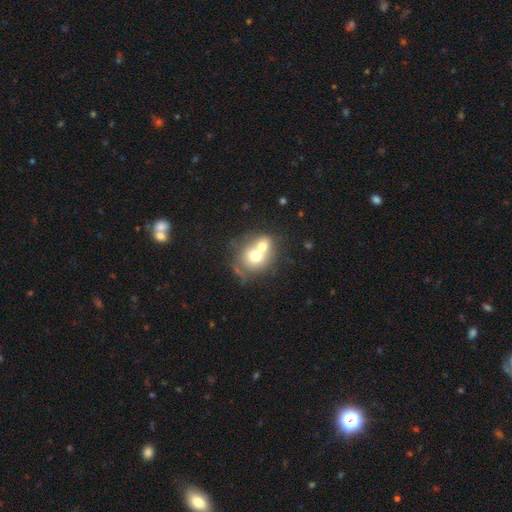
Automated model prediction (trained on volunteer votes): A smooth galaxy with no disk features (64%) that is round (69%).

Vote fractions:
- Smooth or featured? smooth: 64% / featured or disk: 26% / star or artifact: 10%
- How rounded? round: 69% / in between: 30% / cigar-shaped: 1%
- Merging? merger: 68% / none: 21% / minor disturbance: 7% / major disturbance: 4%